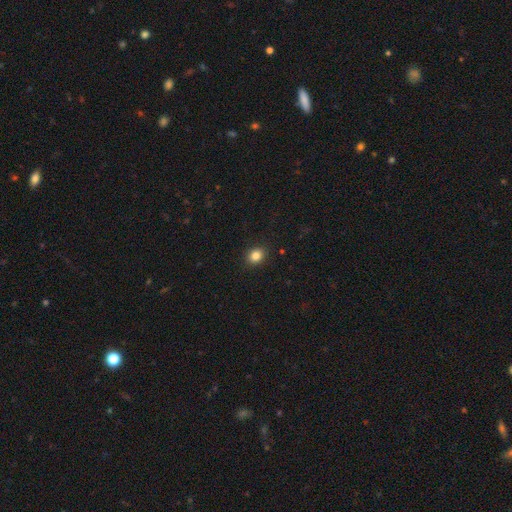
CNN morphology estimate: smooth-or-featured: smooth: 85% | star or artifact: 11% | featured or disk: 5%
  how-rounded: round: 59% | in between: 40% | cigar-shaped: 1%
  merging: none: 90% | minor disturbance: 7% | major disturbance: 2% | merger: 1%